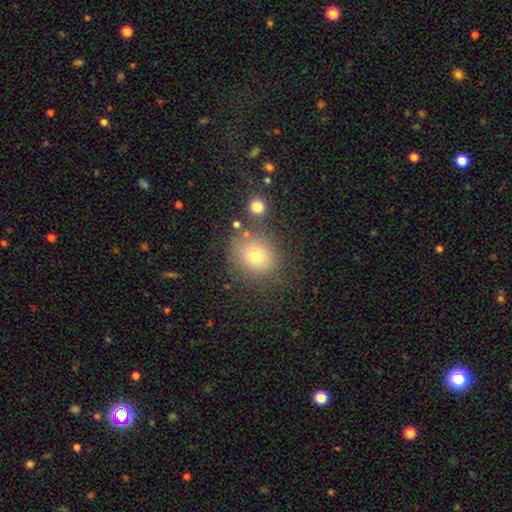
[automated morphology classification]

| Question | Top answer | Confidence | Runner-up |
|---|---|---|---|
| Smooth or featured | smooth | 74% | star or artifact (15%) |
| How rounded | round | 79% | in between (20%) |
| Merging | none | 75% | minor disturbance (12%) |